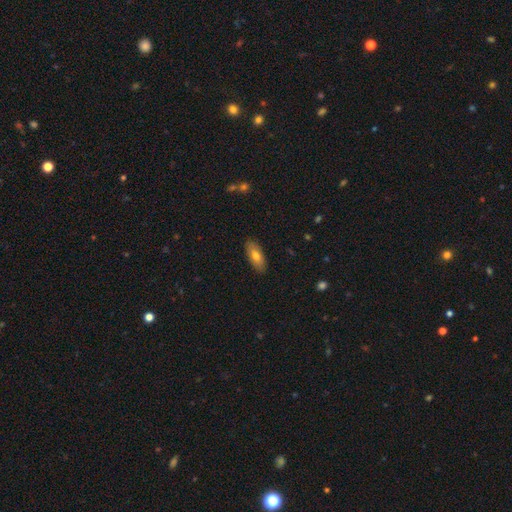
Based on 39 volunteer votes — This appears to be a smooth galaxy with no disk features (85%) that is in between round and cigar-shaped (91%). Merging: none (86%).